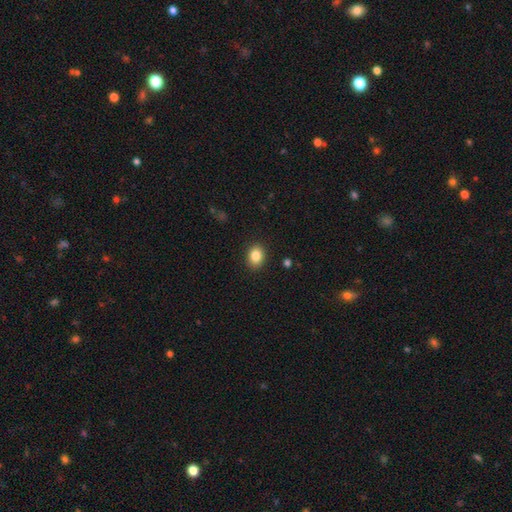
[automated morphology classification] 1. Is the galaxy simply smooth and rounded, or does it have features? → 85% smooth, 9% star or artifact, 6% featured or disk.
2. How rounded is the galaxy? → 58% in between, 41% round, 1% cigar-shaped.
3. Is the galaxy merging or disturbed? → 89% none, 8% minor disturbance, 2% major disturbance, 1% merger.